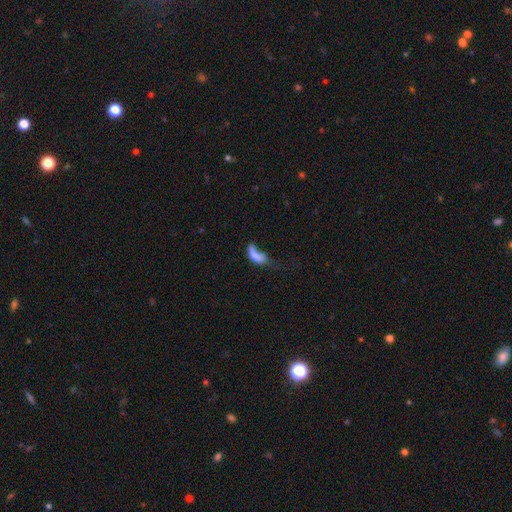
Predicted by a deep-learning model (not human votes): The model was most divided on "merging": major disturbance: 44%, none: 20%, merger: 18%, minor disturbance: 18%. More confident: how rounded — in between (78%); smooth or featured — smooth (66%).